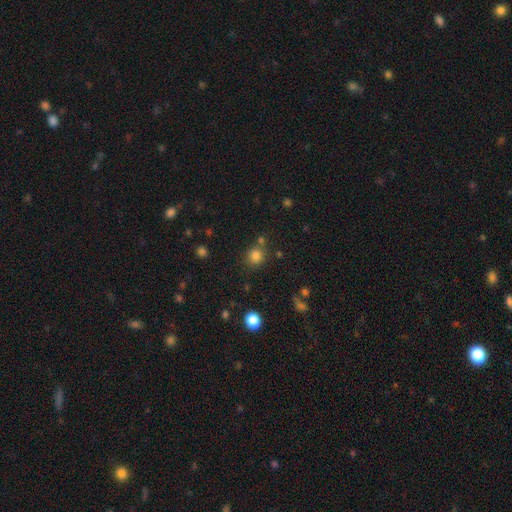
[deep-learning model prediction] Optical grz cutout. It shows a smooth galaxy with no disk features (81%) that is round (83%). Merging: none (72%).